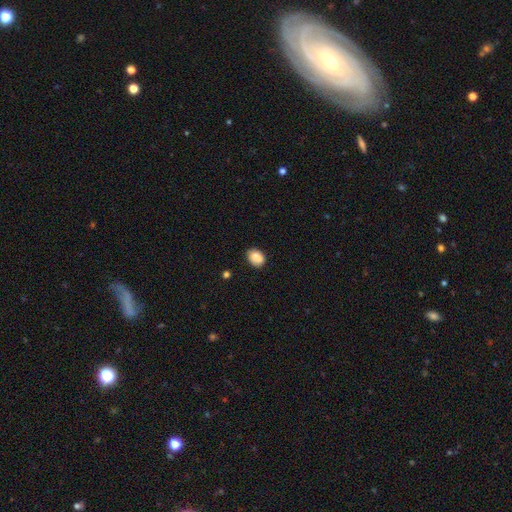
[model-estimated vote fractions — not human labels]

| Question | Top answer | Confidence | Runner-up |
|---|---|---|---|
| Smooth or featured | smooth | 86% | star or artifact (8%) |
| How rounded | in between | 67% | round (32%) |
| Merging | none | 82% | minor disturbance (14%) |